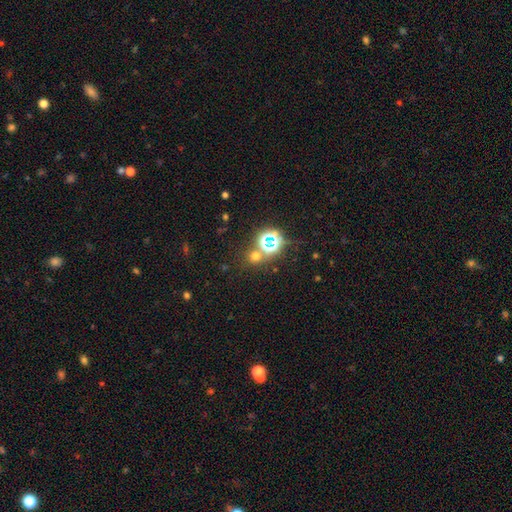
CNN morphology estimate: This is possibly a smooth galaxy (47%). Merging: likely none (71%).